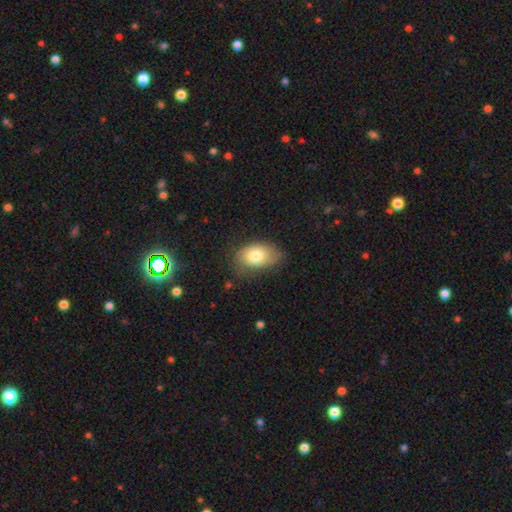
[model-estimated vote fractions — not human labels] A smooth galaxy with no disk features (78%) that is in between round and cigar-shaped (88%).

Vote fractions:
- Smooth or featured? smooth: 78% / featured or disk: 15% / star or artifact: 7%
- How rounded? in between: 88% / round: 10% / cigar-shaped: 1%
- Merging? none: 64% / minor disturbance: 27% / major disturbance: 7% / merger: 1%